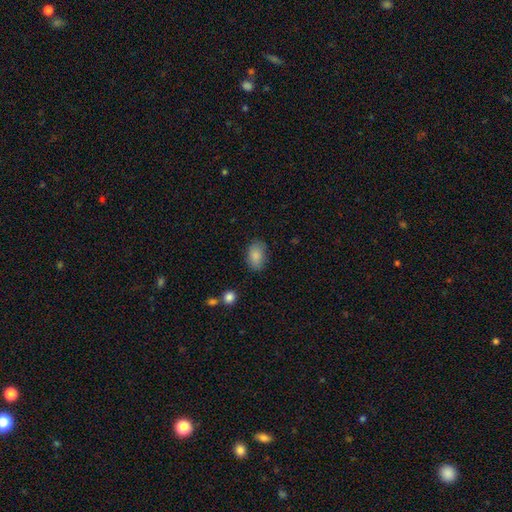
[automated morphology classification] This appears to be a smooth galaxy with no disk features (86%) that is in between round and cigar-shaped (87%). Merging: none (80%).